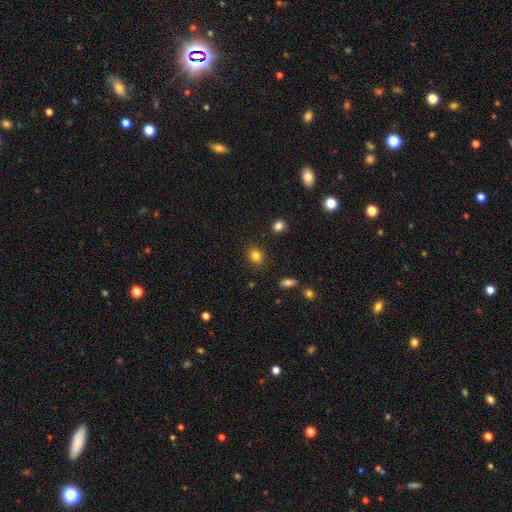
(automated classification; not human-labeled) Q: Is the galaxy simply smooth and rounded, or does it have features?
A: smooth — 83%.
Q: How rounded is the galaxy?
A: round — 53%.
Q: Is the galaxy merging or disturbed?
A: none — 87%.